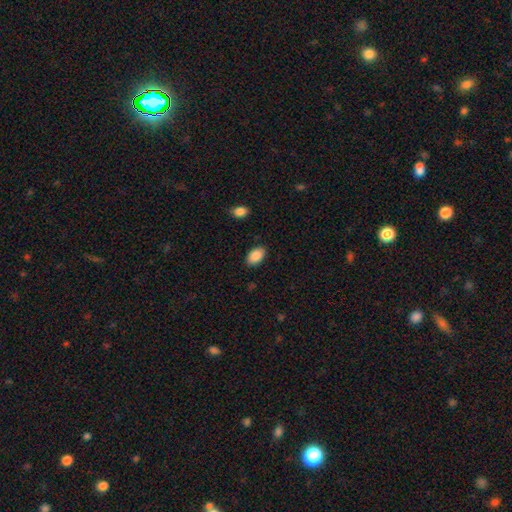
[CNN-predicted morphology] A smooth galaxy with no disk features (88%) that is in between round and cigar-shaped (92%).

Vote fractions:
- Smooth or featured? smooth: 88% / star or artifact: 7% / featured or disk: 5%
- How rounded? in between: 92% / round: 7% / cigar-shaped: 1%
- Merging? none: 87% / minor disturbance: 9% / major disturbance: 2% / merger: 1%